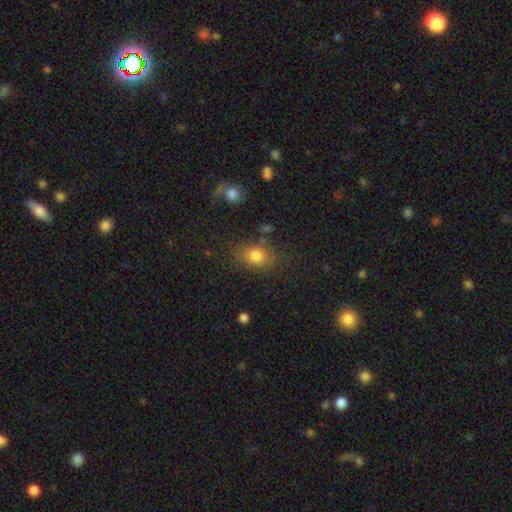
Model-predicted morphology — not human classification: Smooth or featured: smooth — 79% (star or artifact — 12%)
How rounded: in between — 66% (round — 32%)
Merging: none — 74% (minor disturbance — 15%)